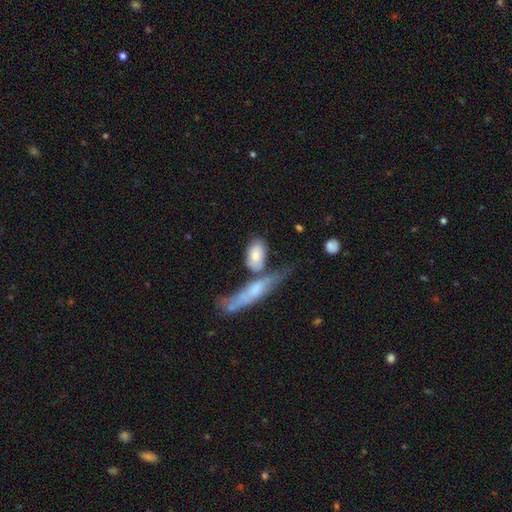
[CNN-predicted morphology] This is likely a smooth galaxy (75%). How rounded: clearly in between (85%). Merging: marginally none (37%).